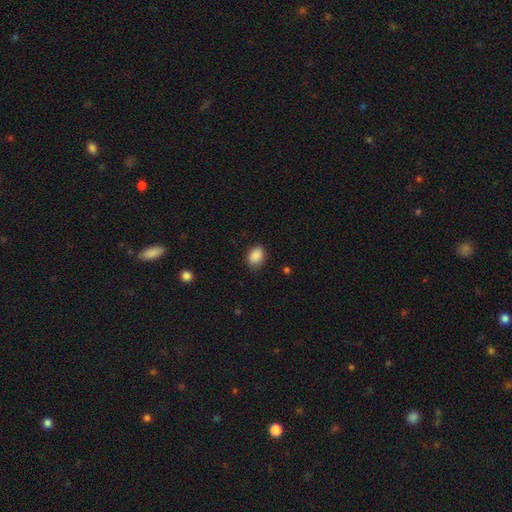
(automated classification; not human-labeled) Smooth or featured? Predicted: smooth (p=0.89). How rounded? Predicted: in between (p=0.75). Merging? Predicted: none (p=0.84).